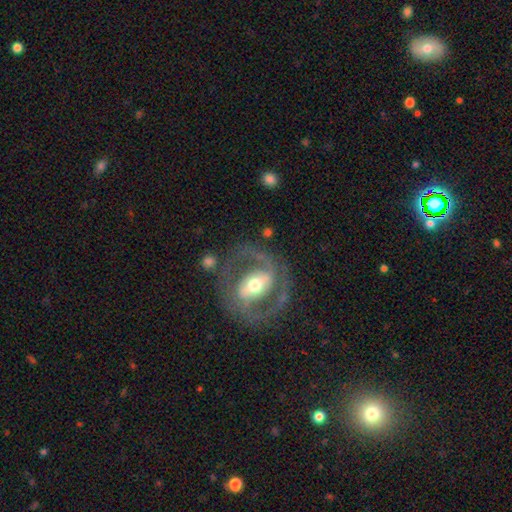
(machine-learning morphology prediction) smooth-or-featured: featured or disk: 84% | smooth: 10% | star or artifact: 6%
  disk-edge-on: no: 95% | yes: 5%
    bar: strong: 48% | weak: 32% | no: 21%
    has-spiral-arms: yes: 84% | no: 16%
      spiral-winding: medium: 51% | tight: 34% | loose: 15%
      spiral-arm-count: 2: 86% | can't tell: 7% | 1: 4% | 3: 2% | 4: 1% | more than 4: 1%
    bulge-size: moderate: 64% | small: 25% | large: 8% | dominant: 1% | none: 1%
  merging: none: 73% | minor disturbance: 14% | major disturbance: 11% | merger: 3%